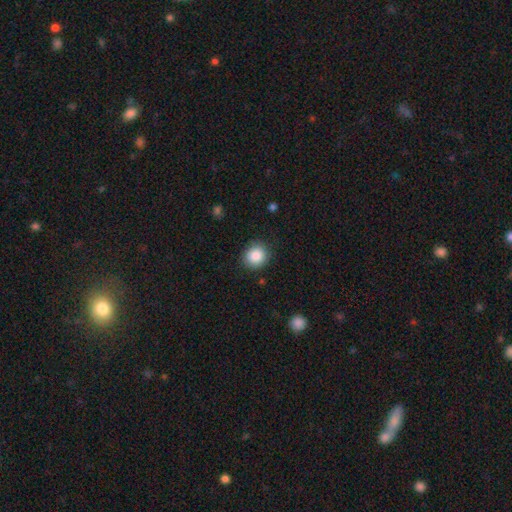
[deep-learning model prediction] Smooth or featured: smooth — 87% (star or artifact — 9%)
How rounded: round — 83% (in between — 16%)
Merging: none — 87% (minor disturbance — 10%)